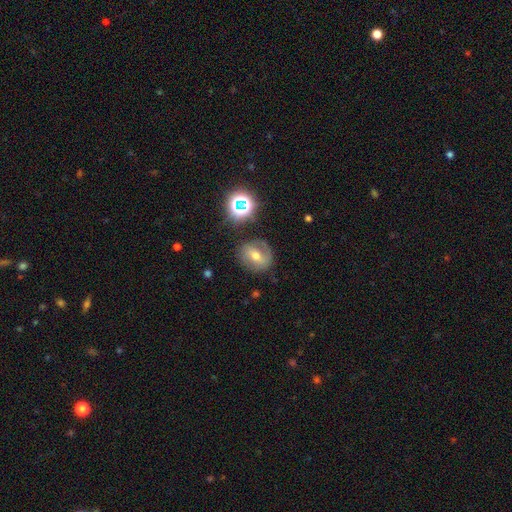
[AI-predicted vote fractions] Smooth or featured: featured or disk — 48% (smooth — 37%)
Merging: none — 73% (minor disturbance — 17%)